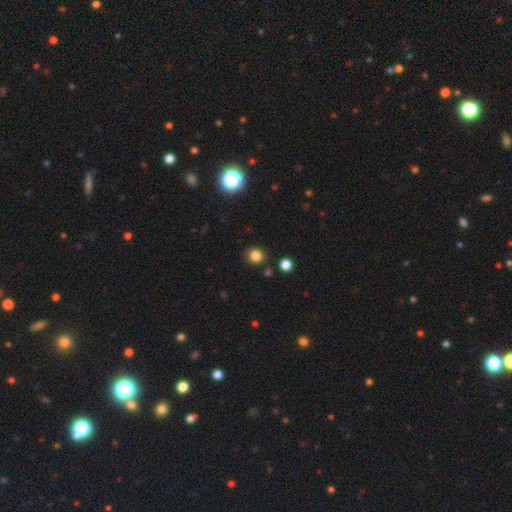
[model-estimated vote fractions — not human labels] A smooth galaxy with no disk features (82%) that is round (85%). Merging: none (86%).